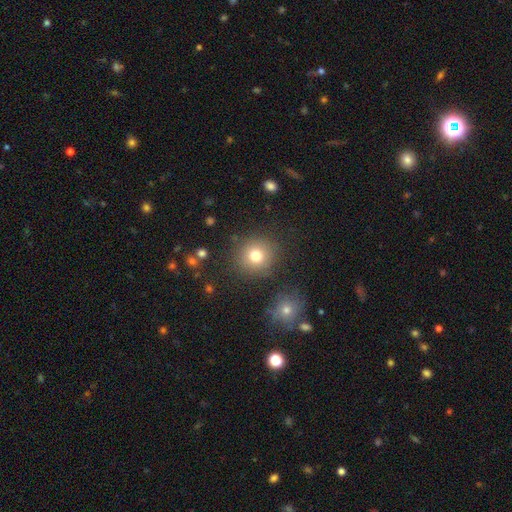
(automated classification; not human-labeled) This appears to be a smooth galaxy with no disk features (77%) that is round (89%). Merging: none (83%).